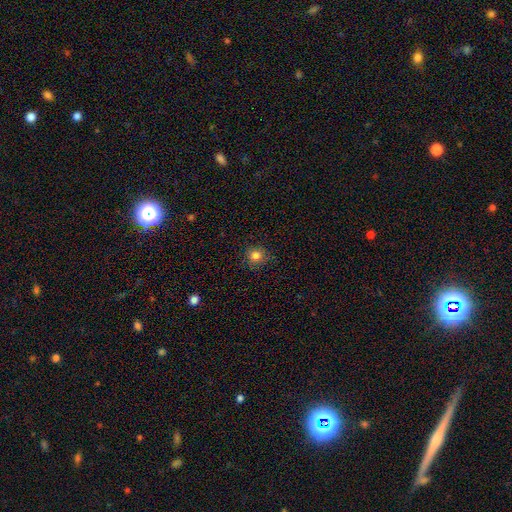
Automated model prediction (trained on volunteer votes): The model was most divided on "smooth or featured": smooth: 83%, star or artifact: 12%, featured or disk: 5%. More confident: how rounded — round (90%); merging — none (86%).